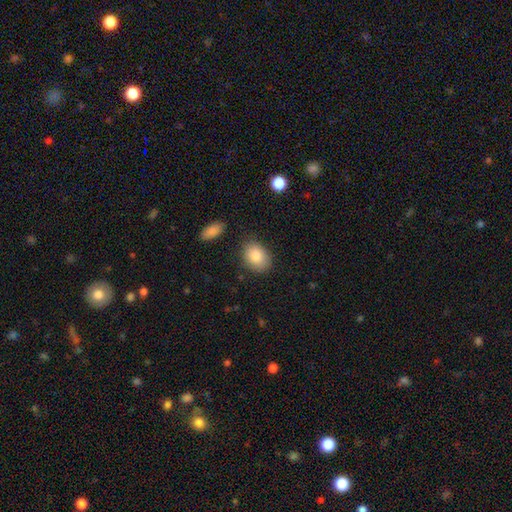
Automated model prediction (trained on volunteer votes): This is clearly a smooth galaxy (86%). How rounded: likely in between (73%). Merging: likely none (79%).